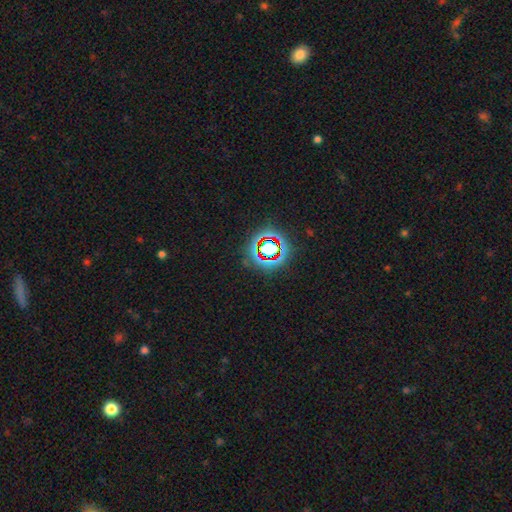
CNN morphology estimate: Smooth or featured? star or artifact (75%)